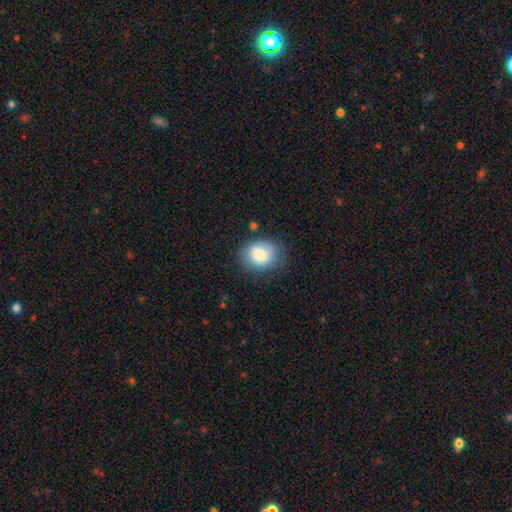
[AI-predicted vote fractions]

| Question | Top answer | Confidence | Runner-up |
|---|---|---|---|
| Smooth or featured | smooth | 82% | featured or disk (10%) |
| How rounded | round | 54% | in between (45%) |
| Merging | none | 72% | minor disturbance (20%) |